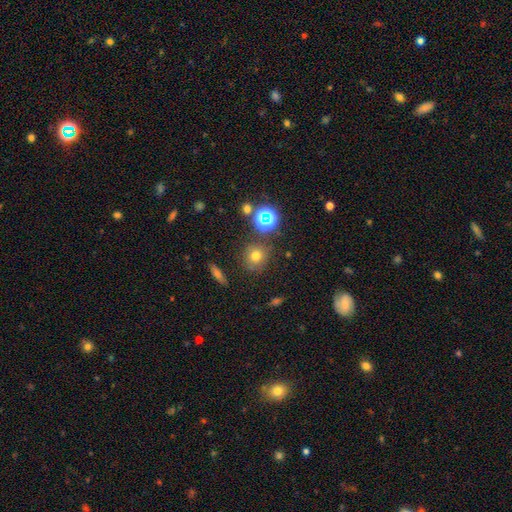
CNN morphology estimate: smooth 68%, star or artifact 22%, featured or disk 10%. Down the decision tree: how rounded — round (89%); merging — none (82%).